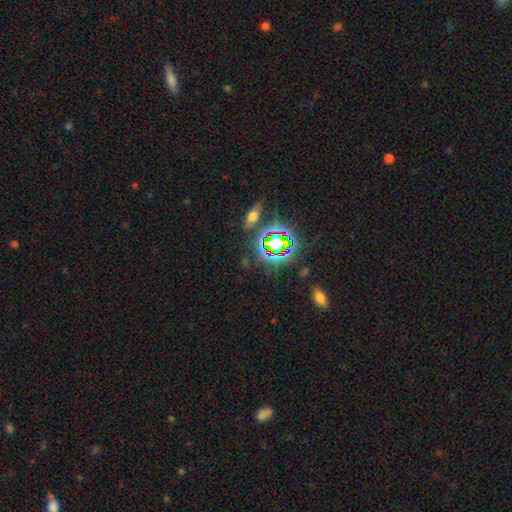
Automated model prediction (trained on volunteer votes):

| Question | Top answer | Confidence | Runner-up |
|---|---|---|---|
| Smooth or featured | star or artifact | 78% | smooth (14%) |